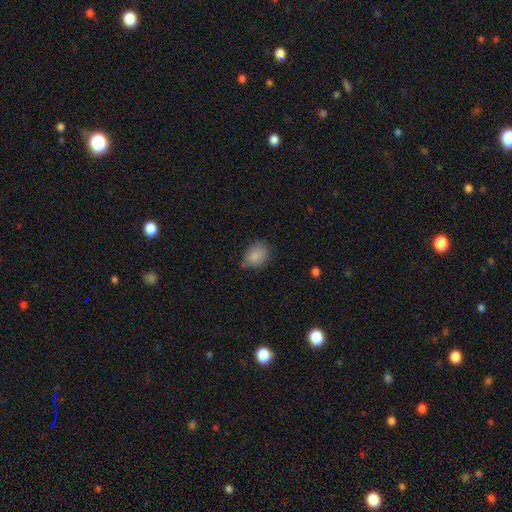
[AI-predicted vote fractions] Q: Smooth or featured?
A: smooth (83%); runner-up: star or artifact (9%)
Q: How rounded?
A: in between (61%); runner-up: round (37%)
Q: Merging?
A: none (62%); runner-up: minor disturbance (30%)